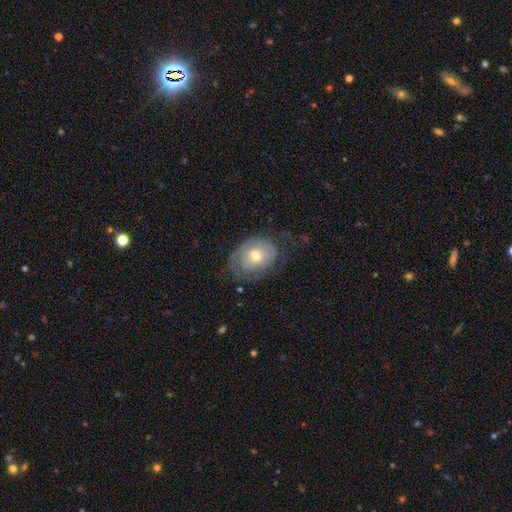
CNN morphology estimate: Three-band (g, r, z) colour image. It shows a smooth galaxy with no disk features (51%) that is in between round and cigar-shaped (66%). Merging: none (55%).